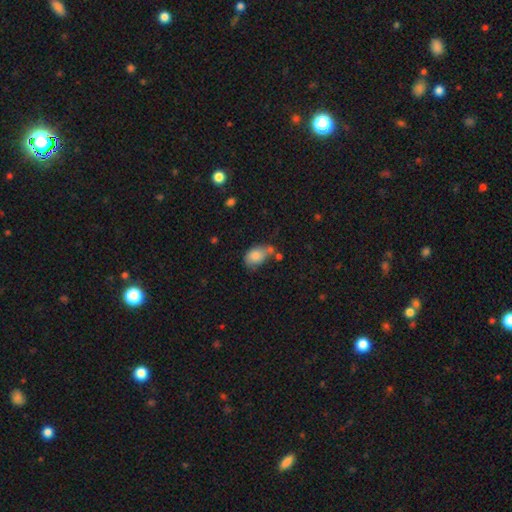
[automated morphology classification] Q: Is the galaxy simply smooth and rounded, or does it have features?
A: smooth — 80%.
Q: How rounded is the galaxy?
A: in between — 77%.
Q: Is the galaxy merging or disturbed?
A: none — 36%.